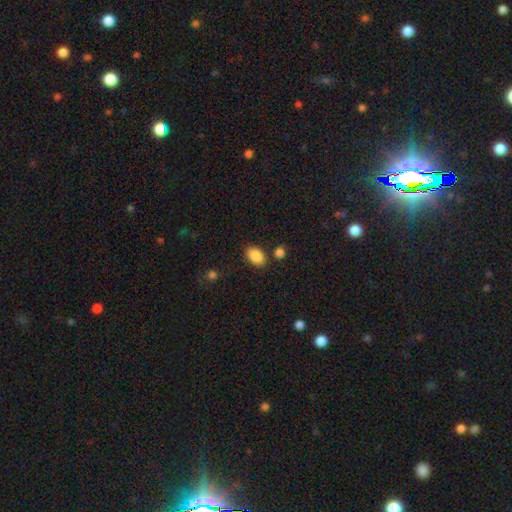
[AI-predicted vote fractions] smooth 88%, star or artifact 7%, featured or disk 5%. Down the decision tree: how rounded — in between (89%); merging — none (82%).